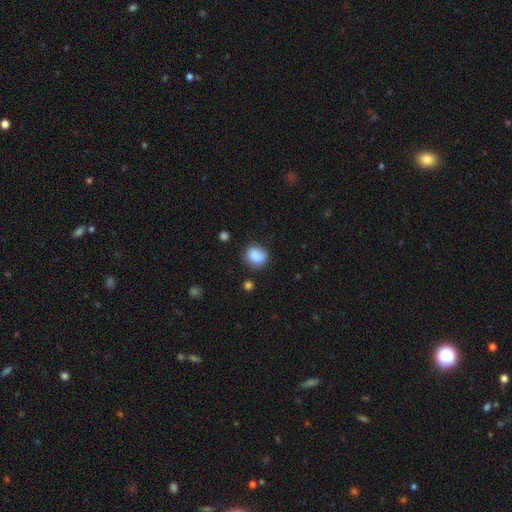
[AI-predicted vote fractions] A smooth galaxy with no disk features (87%) that is round (62%).

Vote fractions:
- Smooth or featured? smooth: 87% / star or artifact: 9% / featured or disk: 4%
- How rounded? round: 62% / in between: 37% / cigar-shaped: 1%
- Merging? none: 75% / minor disturbance: 18% / major disturbance: 5% / merger: 3%